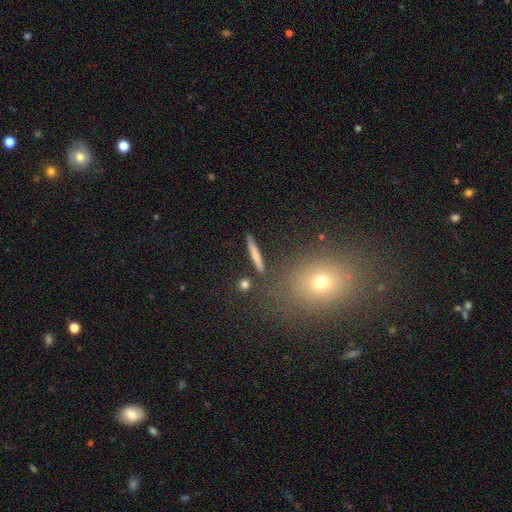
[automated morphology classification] This is likely a smooth galaxy (67%). How rounded: clearly cigar-shaped (90%). Merging: clearly none (86%).